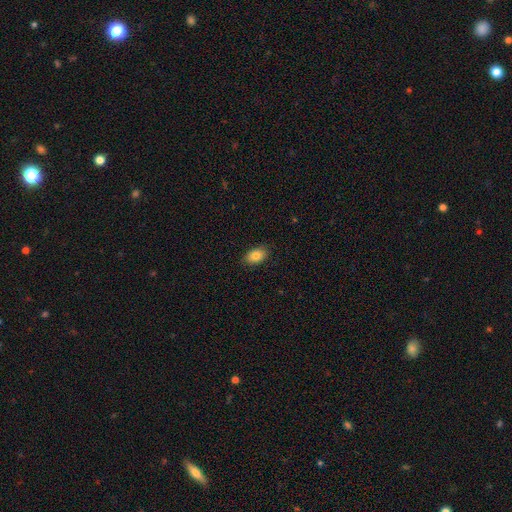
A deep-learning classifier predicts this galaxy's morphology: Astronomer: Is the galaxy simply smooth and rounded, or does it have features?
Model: smooth — 83%.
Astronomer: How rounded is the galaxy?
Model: in between — 90%.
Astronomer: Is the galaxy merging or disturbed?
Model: none — 87%.